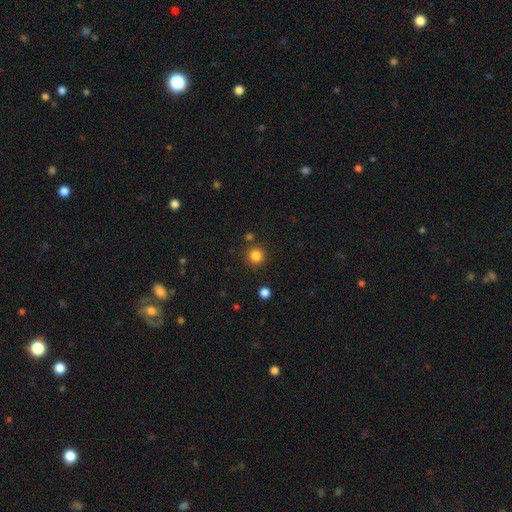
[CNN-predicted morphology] This appears to be a smooth galaxy with no disk features (83%) that is round (94%). Merging: none (87%).